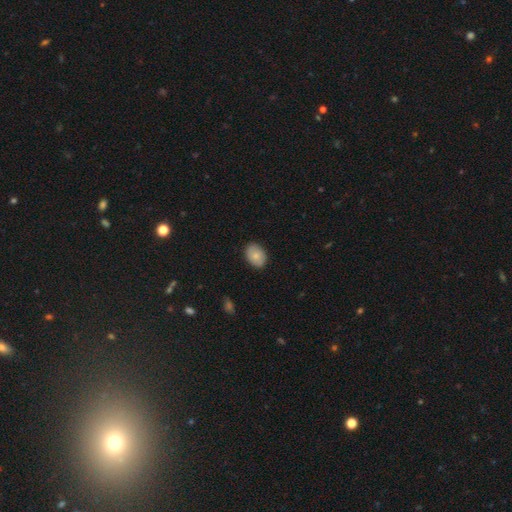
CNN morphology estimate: Q: Smooth or featured?
A: smooth (83%); runner-up: featured or disk (11%)
Q: How rounded?
A: in between (77%); runner-up: round (22%)
Q: Merging?
A: none (87%); runner-up: minor disturbance (10%)